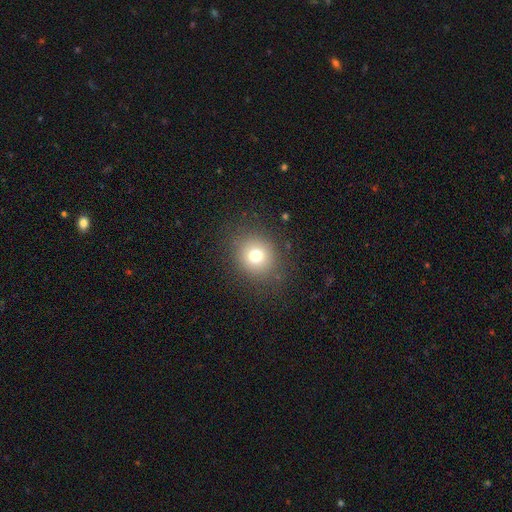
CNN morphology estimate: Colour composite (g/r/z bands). It shows a smooth galaxy with no disk features (75%) that is round (86%). Merging: none (86%).